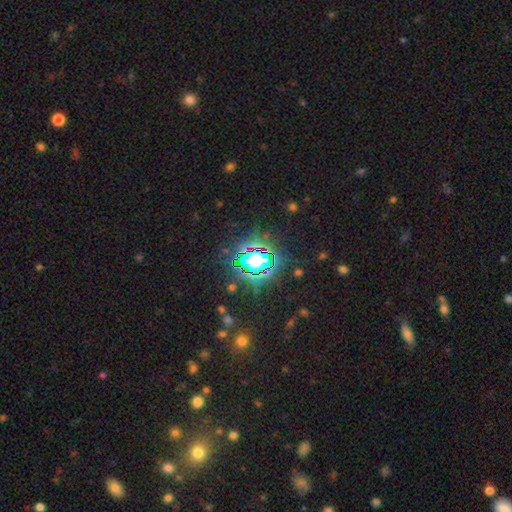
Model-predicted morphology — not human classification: Smooth or featured? Predicted: star or artifact (p=0.79).